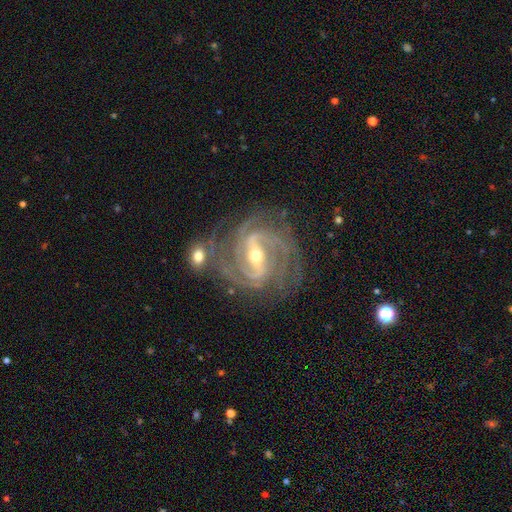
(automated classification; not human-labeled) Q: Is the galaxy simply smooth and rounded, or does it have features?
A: featured or disk — 93%.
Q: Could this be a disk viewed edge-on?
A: no — 97%.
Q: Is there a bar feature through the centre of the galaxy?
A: strong — 57%.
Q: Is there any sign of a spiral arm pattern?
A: yes — 98%.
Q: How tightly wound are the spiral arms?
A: tight — 60%.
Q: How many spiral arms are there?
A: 3 — 33%.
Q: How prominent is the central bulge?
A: small — 50%.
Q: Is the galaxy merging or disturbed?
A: none — 67%.